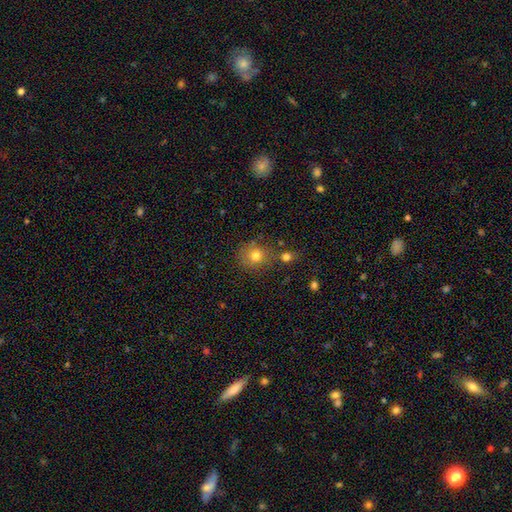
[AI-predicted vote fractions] Smooth or featured? smooth (77%)
How rounded? round (82%)
Merging? none (66%)